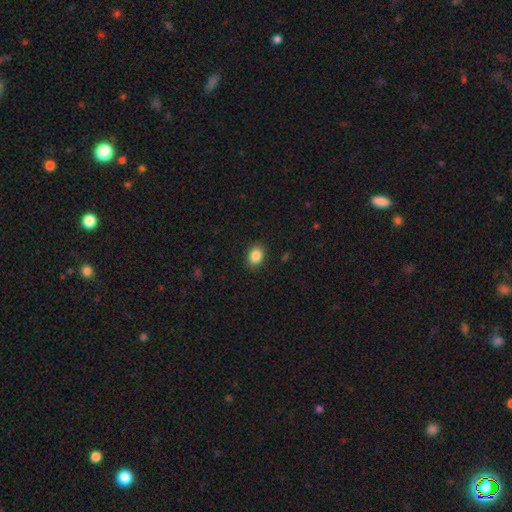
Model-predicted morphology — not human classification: This appears to be a smooth galaxy with no disk features (87%) that is in between round and cigar-shaped (68%). Merging: none (88%).